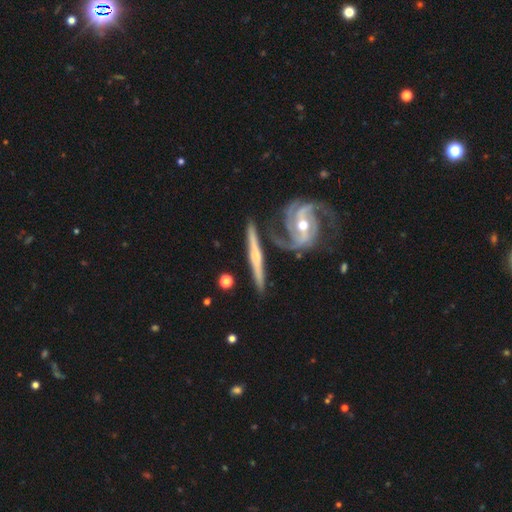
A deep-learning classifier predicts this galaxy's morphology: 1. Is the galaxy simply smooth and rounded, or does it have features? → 77% featured or disk, 17% smooth, 6% star or artifact.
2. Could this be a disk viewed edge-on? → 78% yes, 22% no.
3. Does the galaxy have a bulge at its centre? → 66% rounded, 29% none, 5% boxy.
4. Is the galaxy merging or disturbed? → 68% none, 15% minor disturbance, 13% merger, 4% major disturbance.